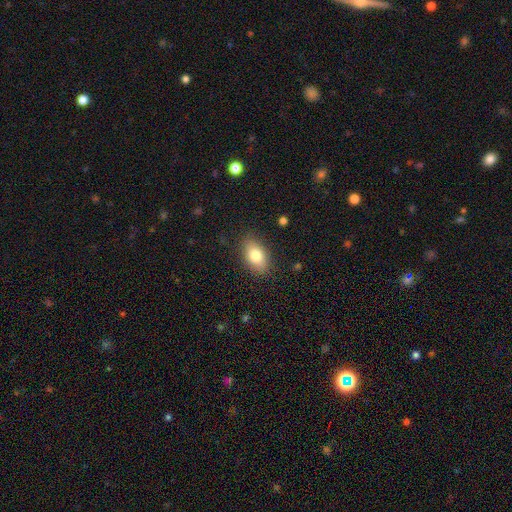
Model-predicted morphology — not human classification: A smooth galaxy with no disk features (80%) that is in between round and cigar-shaped (89%). Merging: none (85%).